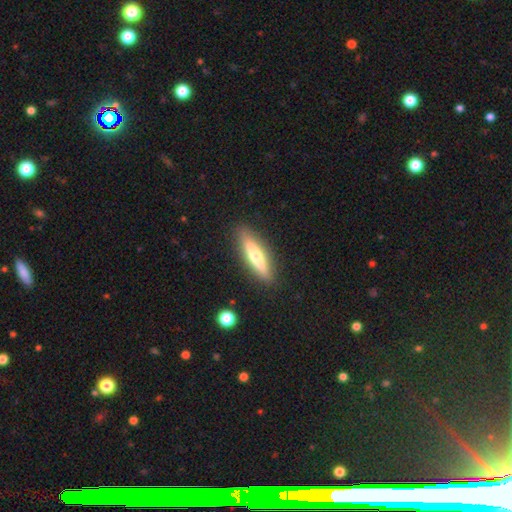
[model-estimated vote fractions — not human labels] Overall: featured or disk (47%, tied with smooth). Merging: none (89%).